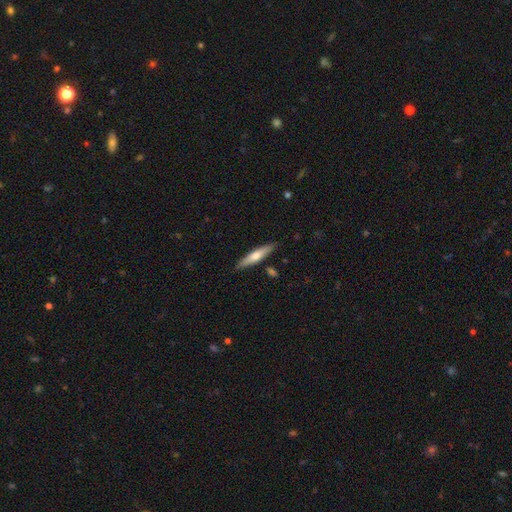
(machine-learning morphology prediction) Smooth or featured?
  - smooth: 52% *
  - featured or disk: 42%
  - star or artifact: 6%
How rounded?
  - cigar-shaped: 84% *
  - in between: 14%
  - round: 2%
Merging?
  - none: 86% *
  - minor disturbance: 9%
  - merger: 3%
  - major disturbance: 2%